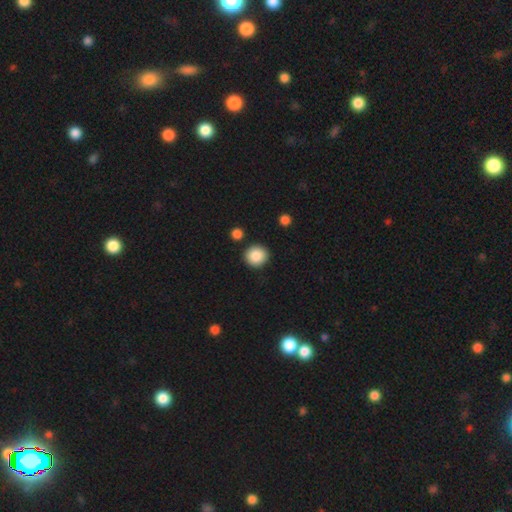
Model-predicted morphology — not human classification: Smooth or featured?
  - smooth: 88% *
  - star or artifact: 8%
  - featured or disk: 4%
How rounded?
  - round: 92% *
  - in between: 7%
  - cigar-shaped: 1%
Merging?
  - none: 89% *
  - minor disturbance: 6%
  - merger: 3%
  - major disturbance: 2%